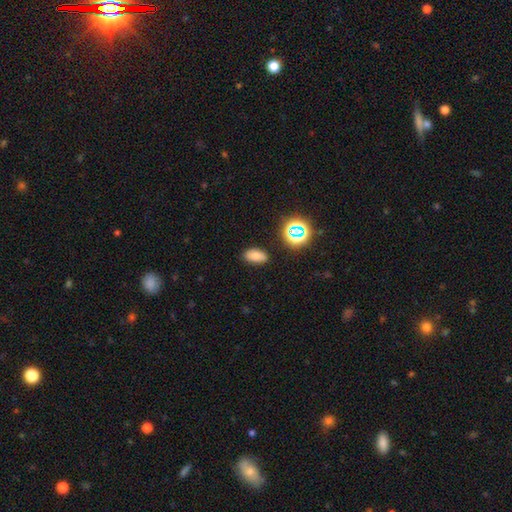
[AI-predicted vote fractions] Overall: smooth (77%). How rounded: in between (90%). Merging: none (86%).